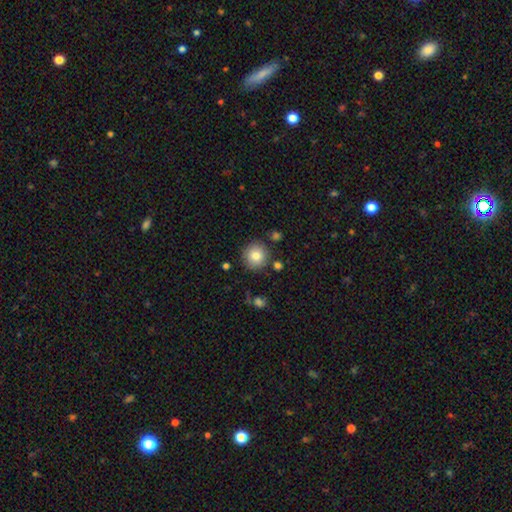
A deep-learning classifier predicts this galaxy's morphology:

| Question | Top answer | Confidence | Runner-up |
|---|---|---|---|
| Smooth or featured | smooth | 82% | star or artifact (9%) |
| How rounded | round | 93% | in between (6%) |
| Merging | none | 85% | minor disturbance (9%) |